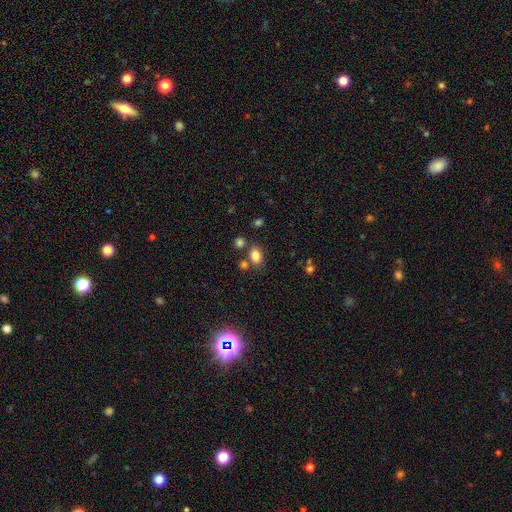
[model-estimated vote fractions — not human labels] Smooth or featured? Predicted: smooth (p=0.83). How rounded? Predicted: in between (p=0.79). Merging? Predicted: none (p=0.71).